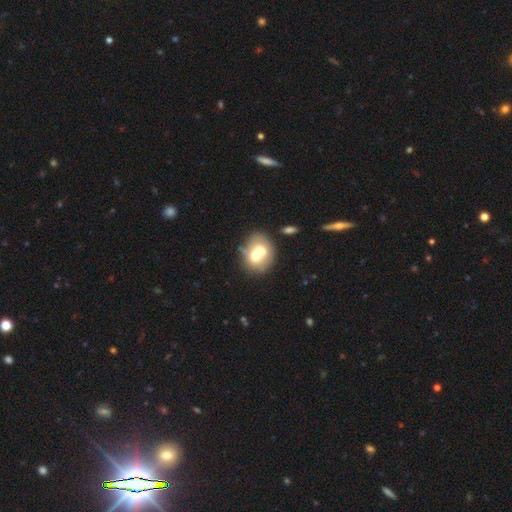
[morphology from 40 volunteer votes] Q: Smooth or featured?
A: smooth (70%); runner-up: featured or disk (28%)
Q: How rounded?
A: round (64%); runner-up: in between (36%)
Q: Merging?
A: merger (64%); runner-up: none (26%)